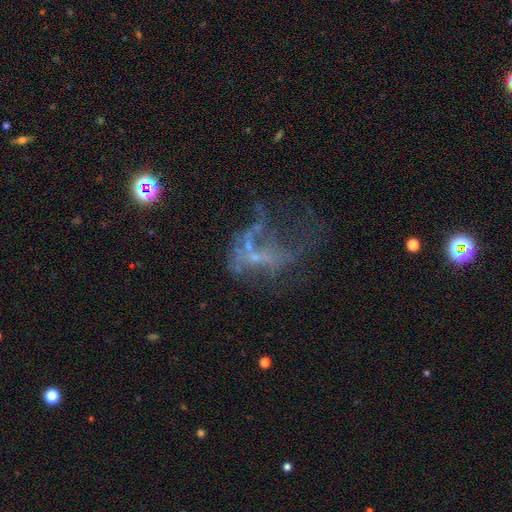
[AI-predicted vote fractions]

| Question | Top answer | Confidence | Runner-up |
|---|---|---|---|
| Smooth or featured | featured or disk | 54% | star or artifact (27%) |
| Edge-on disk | no | 97% | yes (3%) |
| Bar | no | 86% | weak (10%) |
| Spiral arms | no | 89% | yes (11%) |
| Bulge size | none | 65% | small (26%) |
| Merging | major disturbance | 46% | none (28%) |